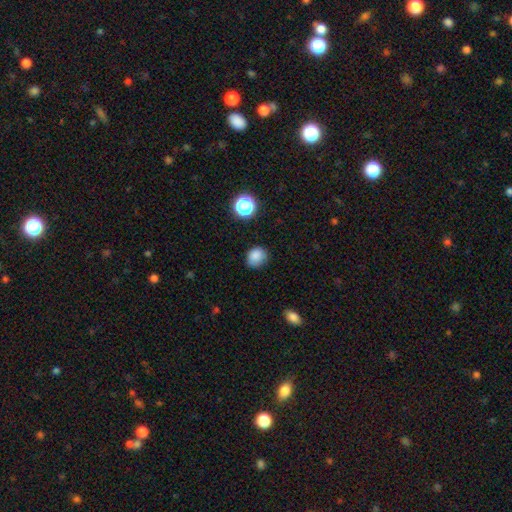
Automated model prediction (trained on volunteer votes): Q: Smooth or featured?
A: smooth (85%); runner-up: star or artifact (11%)
Q: How rounded?
A: round (69%); runner-up: in between (30%)
Q: Merging?
A: none (74%); runner-up: minor disturbance (20%)